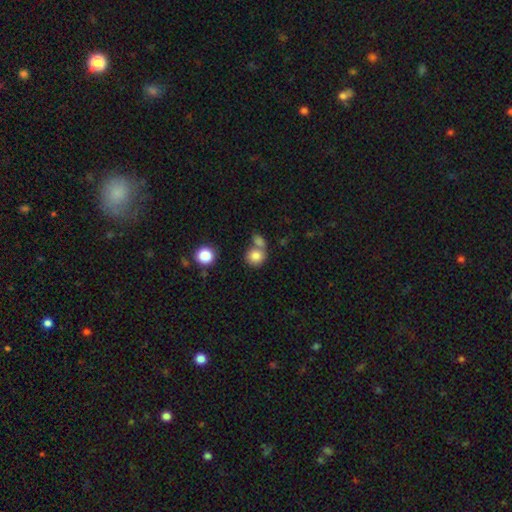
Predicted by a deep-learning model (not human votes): Smooth or featured: smooth — 82% (star or artifact — 10%)
How rounded: round — 83% (in between — 16%)
Merging: none — 50% (merger — 36%)